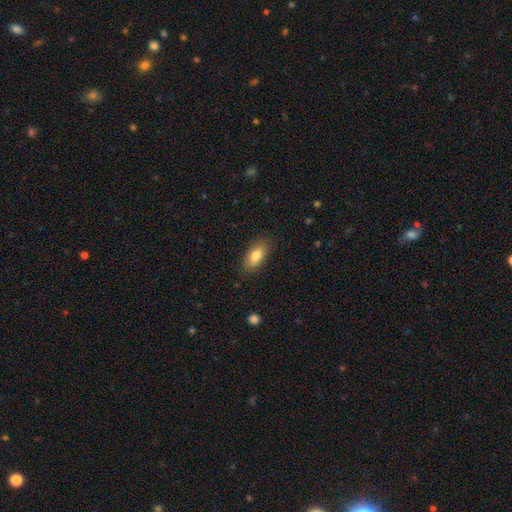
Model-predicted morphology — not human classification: This appears to be a smooth galaxy with no disk features (81%) that is in between round and cigar-shaped (86%). Merging: none (84%).